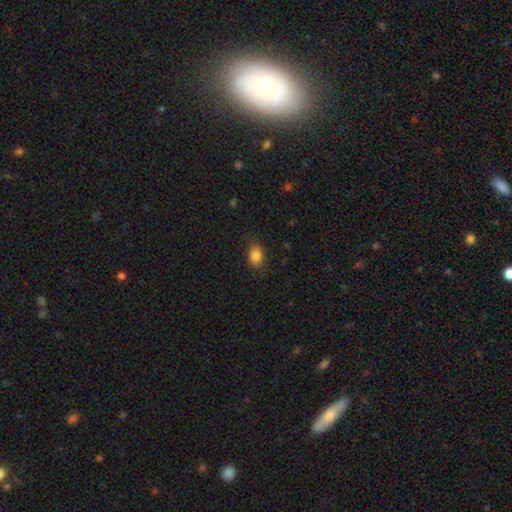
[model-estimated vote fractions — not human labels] Overall: smooth (86%). How rounded: in between (70%). Merging: none (80%).